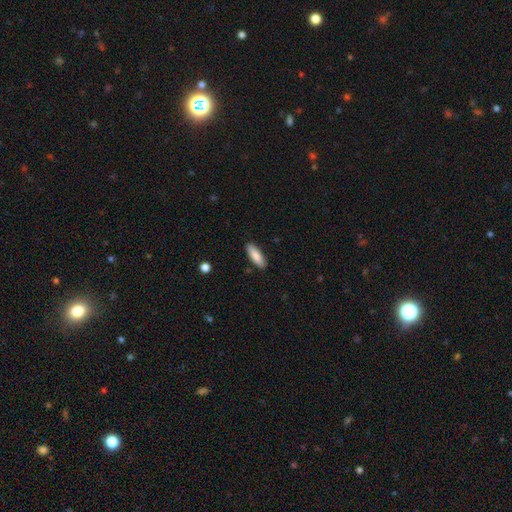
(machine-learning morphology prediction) Overall: smooth (85%). How rounded: in between (57%; cigar-shaped 41%). Merging: none (88%).